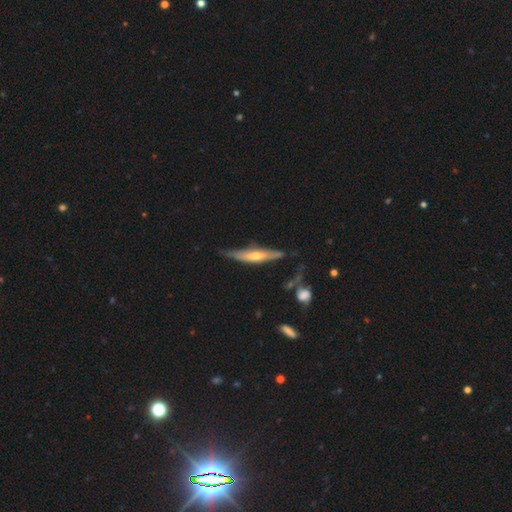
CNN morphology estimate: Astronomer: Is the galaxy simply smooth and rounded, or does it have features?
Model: featured or disk — 61%.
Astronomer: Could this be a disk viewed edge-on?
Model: yes — 88%.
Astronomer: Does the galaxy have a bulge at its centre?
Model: rounded — 76%.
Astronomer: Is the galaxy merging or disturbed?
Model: none — 63%.